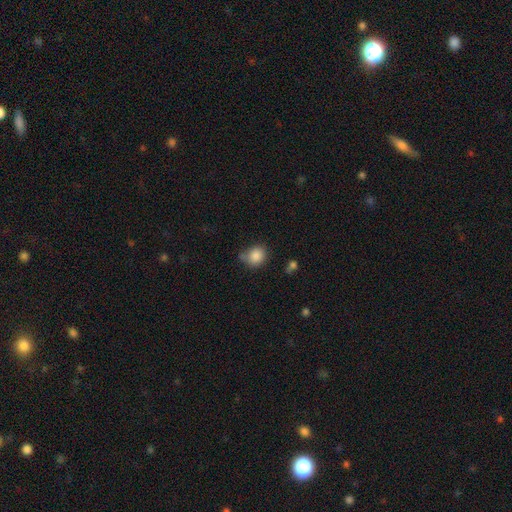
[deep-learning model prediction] smooth-or-featured: smooth: 85% | star or artifact: 9% | featured or disk: 6%
  how-rounded: round: 75% | in between: 24% | cigar-shaped: 1%
  merging: none: 60% | minor disturbance: 26% | merger: 8% | major disturbance: 7%